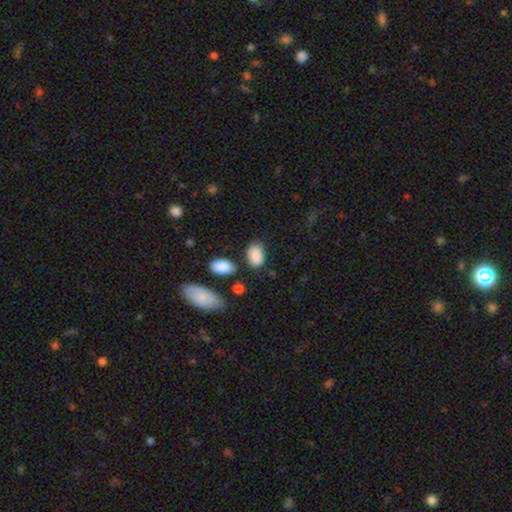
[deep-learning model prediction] This appears to be a smooth galaxy with no disk features (87%) that is in between round and cigar-shaped (89%). Merging: none (72%).